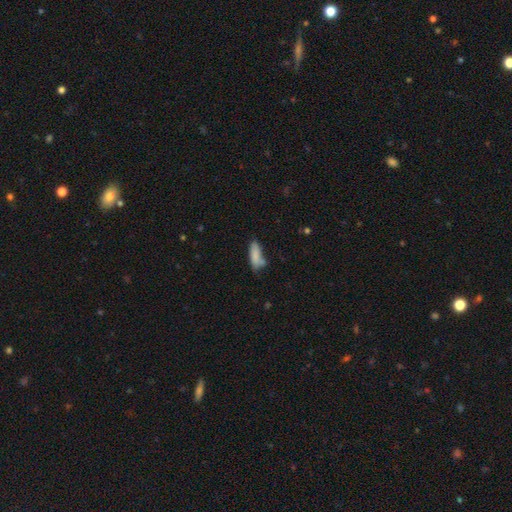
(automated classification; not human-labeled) Morphology: type=smooth (82%); roundness=in between (62%); merging=none (52%).